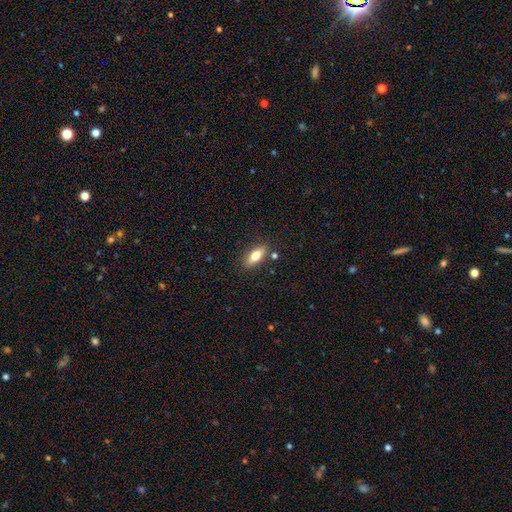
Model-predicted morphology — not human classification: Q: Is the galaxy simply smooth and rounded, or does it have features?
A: smooth — 73%.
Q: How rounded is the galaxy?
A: in between — 77%.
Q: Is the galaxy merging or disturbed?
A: none — 82%.